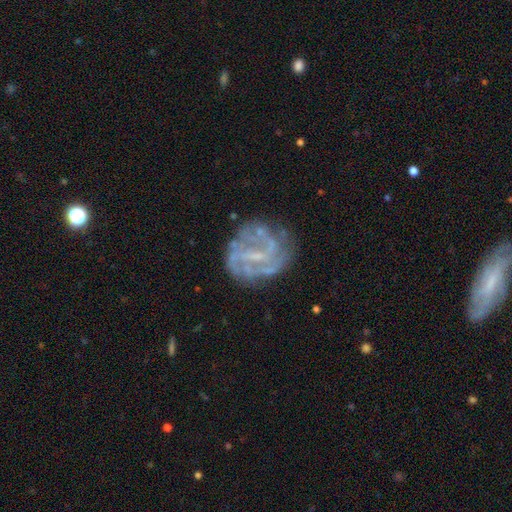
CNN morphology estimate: The model was most divided on "spiral winding" (2-way tie): medium: 40%, tight: 40%, loose: 20%. Remaining: edge-on disk — no (98%); spiral arms — yes (82%); smooth or featured — featured or disk (78%); merging — none (71%); bulge size — small (56%); bar — weak (47%); spiral arm count — can't tell (32%).